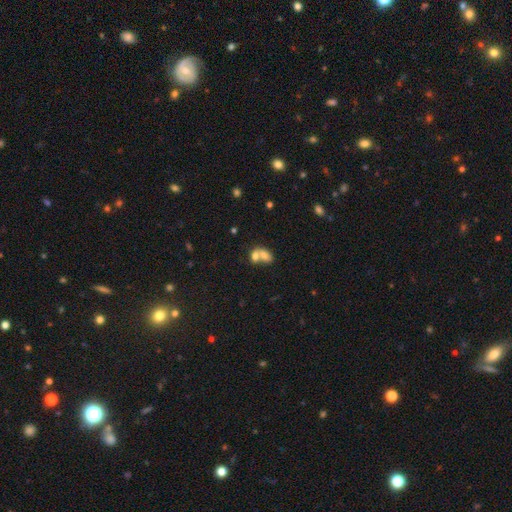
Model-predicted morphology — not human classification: A smooth galaxy with no disk features (68%) that is in between round and cigar-shaped (72%). Merging: merger (75%).